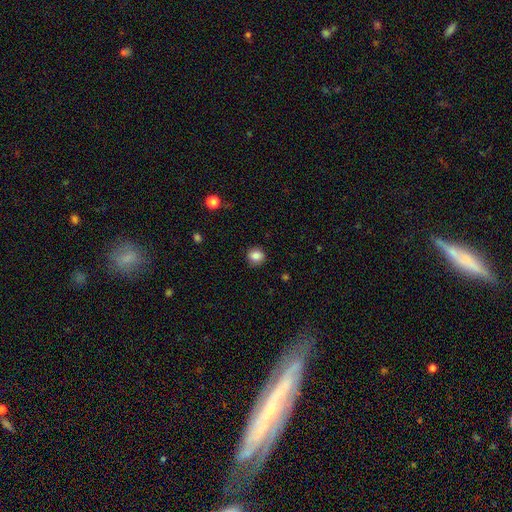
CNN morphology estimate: The model was most divided on "how rounded": round: 86%, in between: 13%, cigar-shaped: 1%. More confident: merging — none (88%); smooth or featured — smooth (85%).